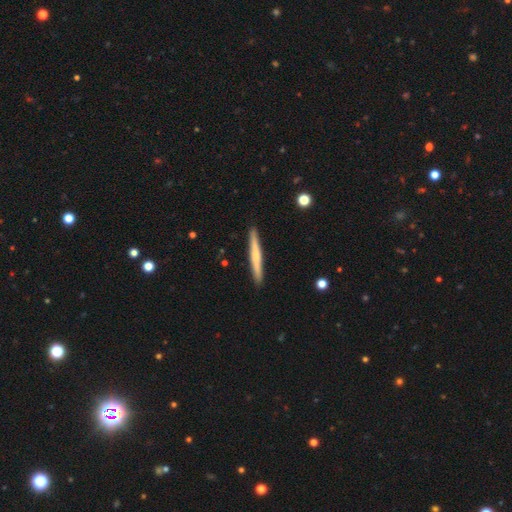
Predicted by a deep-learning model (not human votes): Smooth or featured?
  - featured or disk: 51% *
  - smooth: 44%
  - star or artifact: 5%
Edge-on disk?
  - yes: 97% *
  - no: 3%
Merging?
  - none: 92% *
  - minor disturbance: 6%
  - major disturbance: 1%
  - merger: 1%